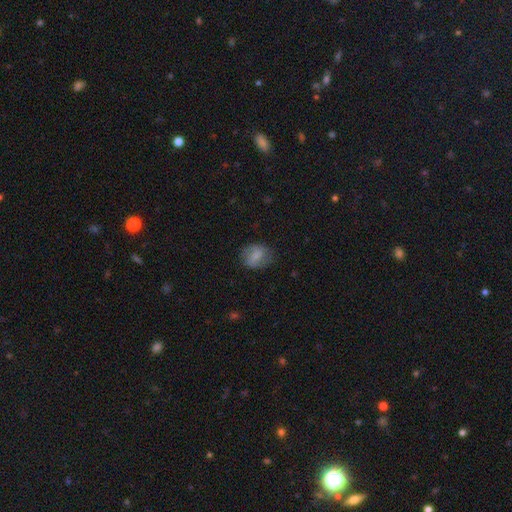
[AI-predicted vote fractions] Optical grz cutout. It shows a smooth galaxy with no disk features (69%) that is round (50%). Merging: none (72%).